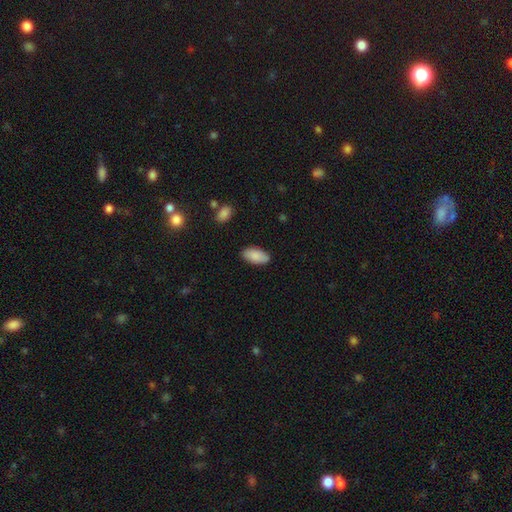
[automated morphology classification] smooth 88%, star or artifact 6%, featured or disk 6%. Down the decision tree: how rounded — in between (94%); merging — none (86%).